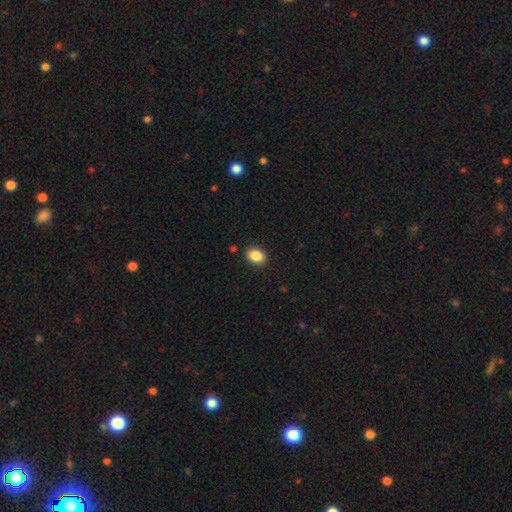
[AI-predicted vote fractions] Smooth or featured? smooth (88%)
How rounded? in between (74%)
Merging? none (89%)